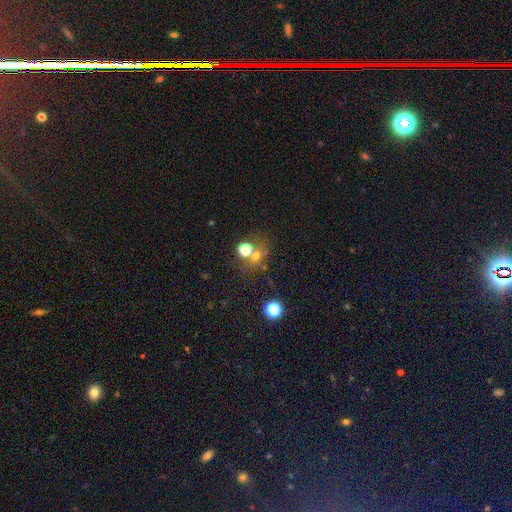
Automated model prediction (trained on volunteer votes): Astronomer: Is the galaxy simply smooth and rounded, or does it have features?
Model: smooth — 58%.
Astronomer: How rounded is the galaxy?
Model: round — 78%.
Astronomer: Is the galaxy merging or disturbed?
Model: none — 54% (runner-up: merger, 31%).